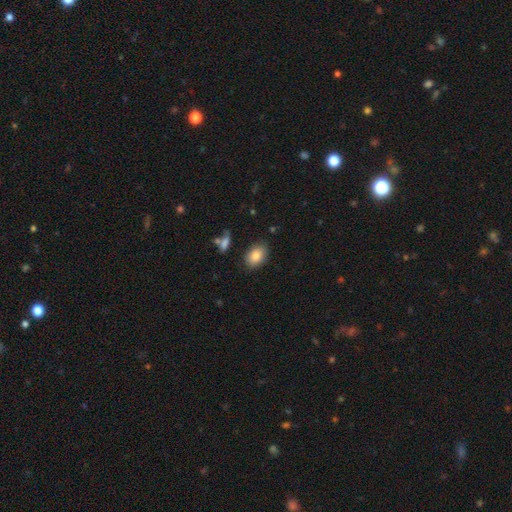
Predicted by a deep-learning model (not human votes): This is clearly a smooth galaxy (85%). How rounded: clearly in between (84%). Merging: clearly none (82%).